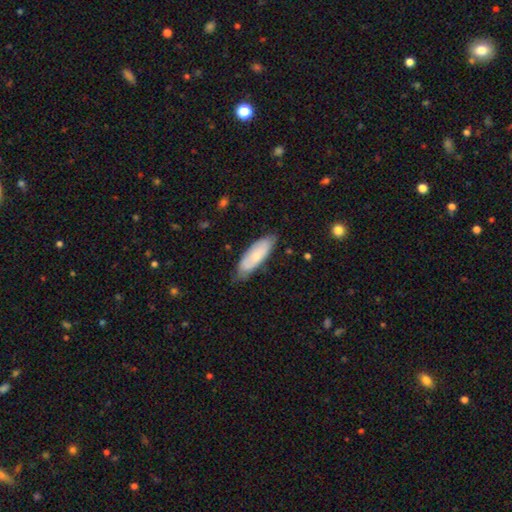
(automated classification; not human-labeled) smooth 66%, featured or disk 29%, star or artifact 6%. Down the decision tree: how rounded — in between (62%); merging — none (68%).